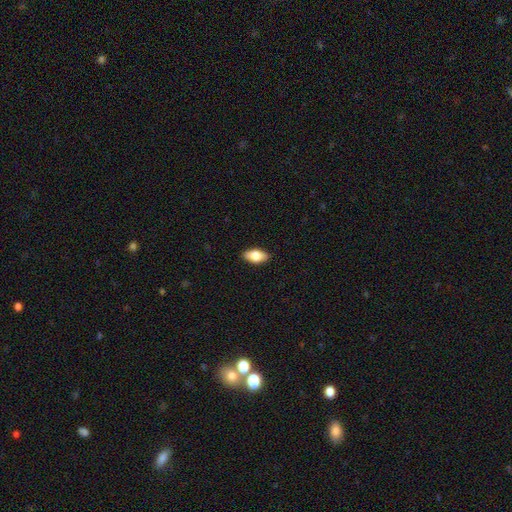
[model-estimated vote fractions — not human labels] smooth_or_featured: smooth (p=0.77) [alt: featured or disk p=0.17]
how_rounded: in between (p=0.90) [alt: cigar-shaped p=0.06]
merging: none (p=0.89) [alt: minor disturbance p=0.08]